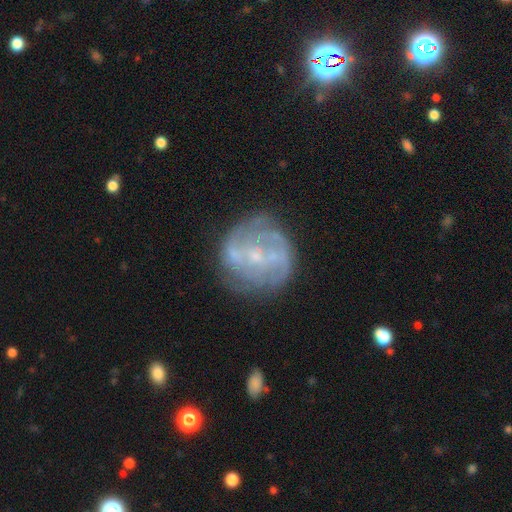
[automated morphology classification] This appears to be a featured or disk galaxy (73%) with no bar (53%), tight (46%) spiral arms (72%) and a small central bulge (72%). Merging: none (69%).